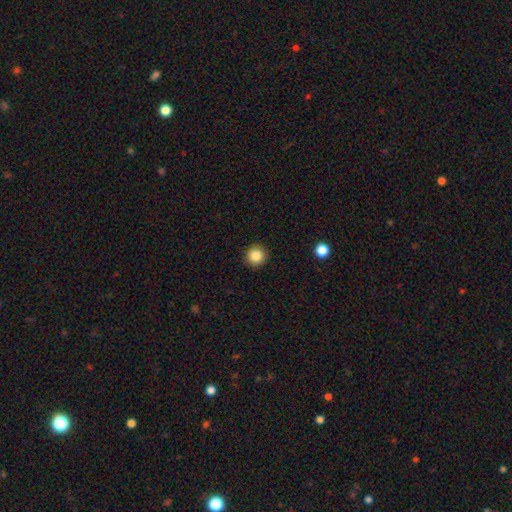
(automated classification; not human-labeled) Morphology: type=smooth (86%); roundness=round (95%); merging=none (92%).